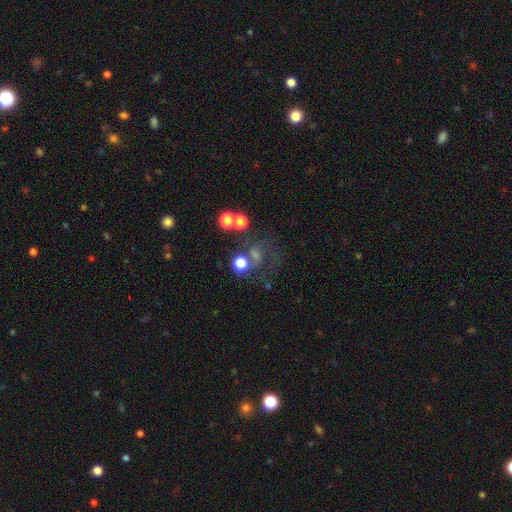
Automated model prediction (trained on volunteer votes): Smooth or featured? Predicted: star or artifact (p=0.38).